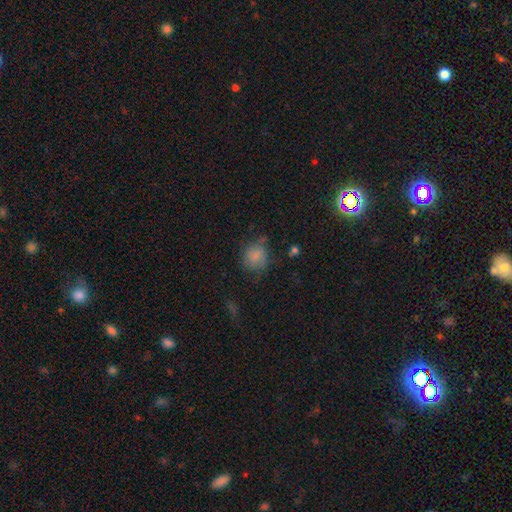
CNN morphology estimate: Smooth or featured: smooth — 78% (star or artifact — 11%)
How rounded: round — 72% (in between — 27%)
Merging: none — 56% (minor disturbance — 28%)